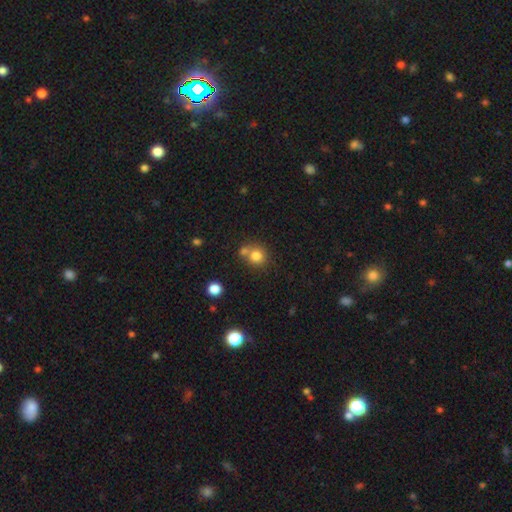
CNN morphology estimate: This is likely a smooth galaxy (79%). How rounded: clearly round (87%). Merging: possibly none (56%).